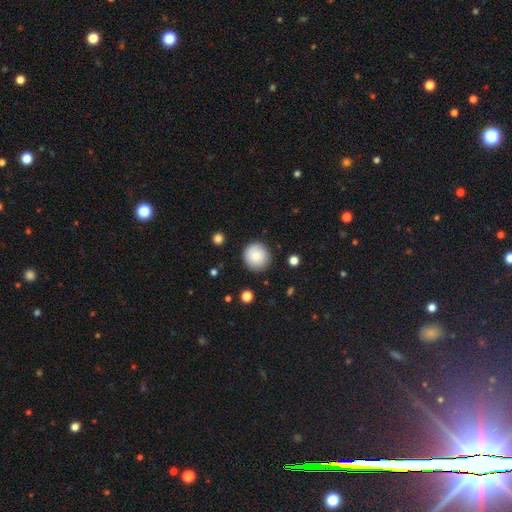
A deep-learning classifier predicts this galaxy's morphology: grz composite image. It shows a smooth galaxy with no disk features (85%) that is round (94%). Merging: none (89%).